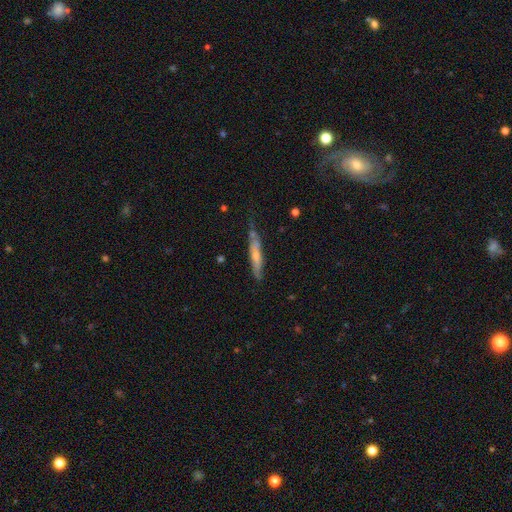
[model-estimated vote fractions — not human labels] The model was most divided on "smooth or featured": featured or disk: 49%, smooth: 44%, star or artifact: 6%. More confident: merging — none (59%).